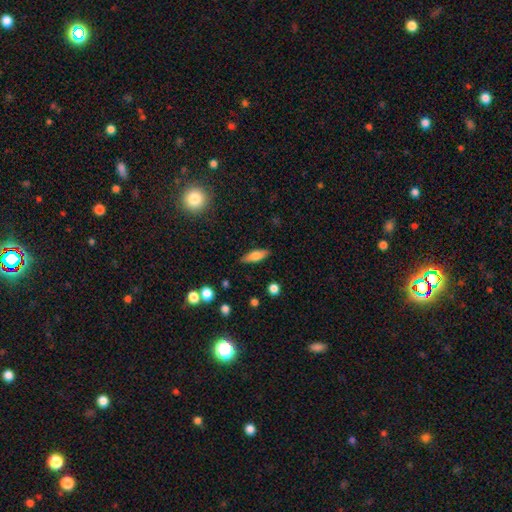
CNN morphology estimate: The model was most divided on "how rounded": in between: 59%, cigar-shaped: 38%, round: 3%. More confident: merging — none (85%); smooth or featured — smooth (68%).